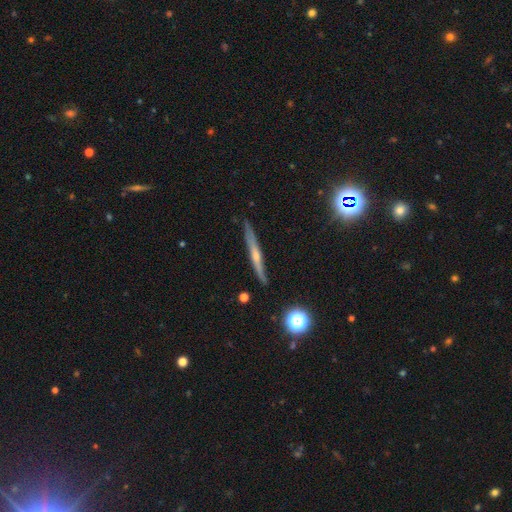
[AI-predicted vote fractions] The model was most divided on "edge-on bulge": rounded: 61%, none: 33%, boxy: 6%. More confident: edge-on disk — yes (96%); merging — none (87%); smooth or featured — featured or disk (66%).